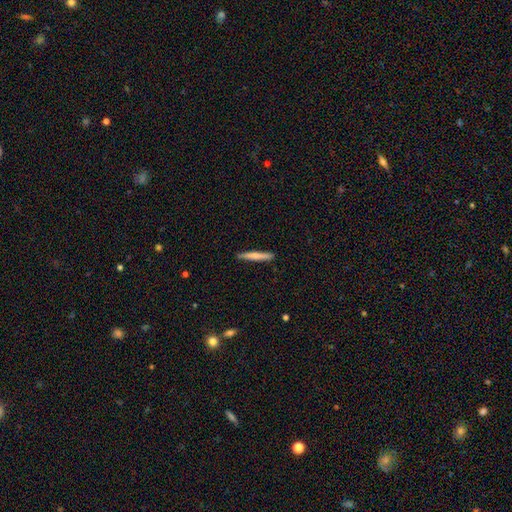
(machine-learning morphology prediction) A smooth galaxy with no disk features (70%) that is cigar-shaped (95%).

Vote fractions:
- Smooth or featured? smooth: 70% / featured or disk: 25% / star or artifact: 5%
- How rounded? cigar-shaped: 95% / in between: 3% / round: 1%
- Merging? none: 89% / minor disturbance: 8% / major disturbance: 1% / merger: 1%